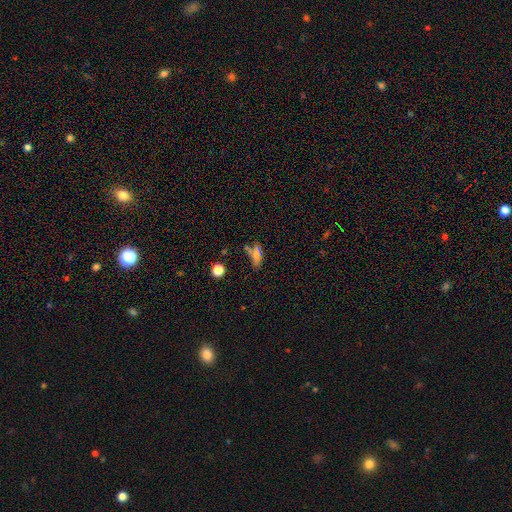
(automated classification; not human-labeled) Smooth or featured? Predicted: smooth (p=0.54). How rounded? Predicted: in between (p=0.60). Merging? Predicted: none (p=0.54).